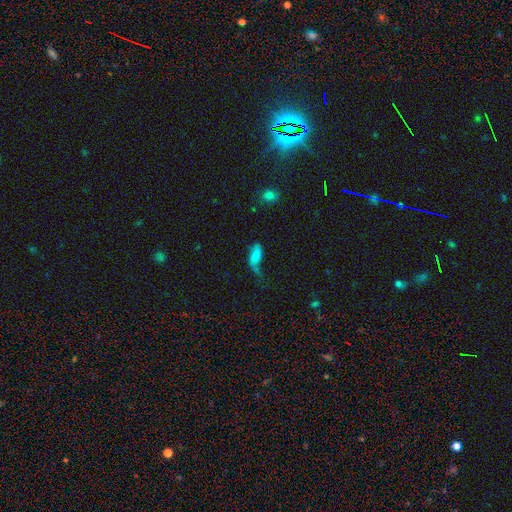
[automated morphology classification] Q: Smooth or featured?
A: smooth (67%); runner-up: featured or disk (21%)
Q: How rounded?
A: in between (82%); runner-up: cigar-shaped (14%)
Q: Merging?
A: major disturbance (36%); runner-up: none (29%)